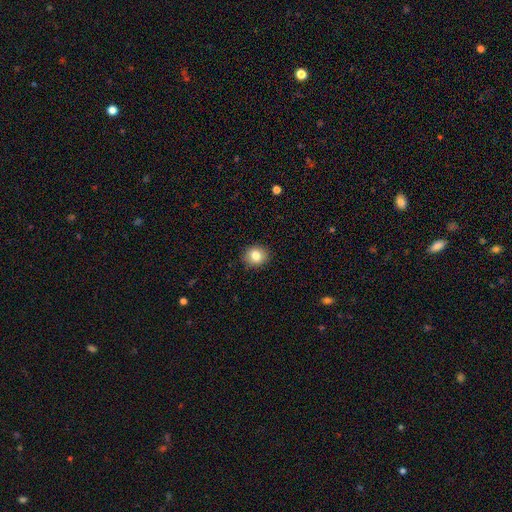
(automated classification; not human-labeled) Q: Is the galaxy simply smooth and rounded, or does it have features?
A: smooth — 83%.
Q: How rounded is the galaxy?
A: round — 75%.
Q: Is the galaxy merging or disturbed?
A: none — 90%.